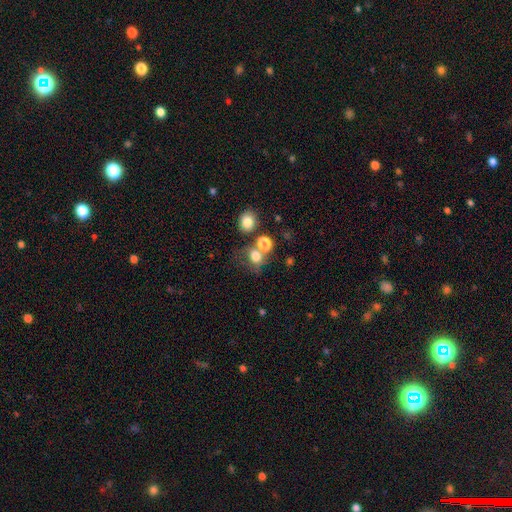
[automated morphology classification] Smooth or featured?
  - smooth: 76% *
  - star or artifact: 14%
  - featured or disk: 10%
How rounded?
  - round: 67% *
  - in between: 32%
  - cigar-shaped: 1%
Merging?
  - none: 47% *
  - merger: 32%
  - minor disturbance: 13%
  - major disturbance: 8%